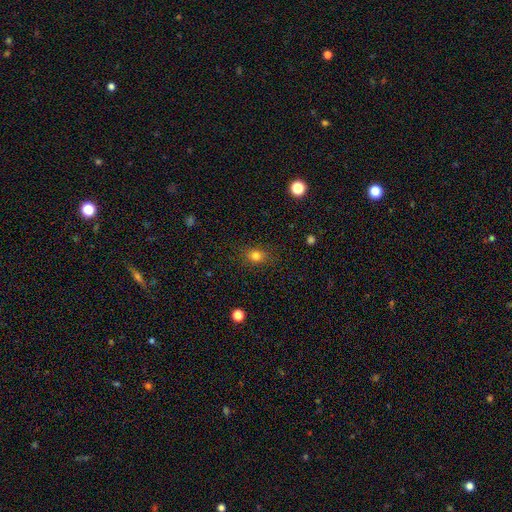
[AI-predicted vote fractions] A smooth galaxy with no disk features (80%) that is round (53%).

Vote fractions:
- Smooth or featured? smooth: 80% / star or artifact: 13% / featured or disk: 7%
- How rounded? round: 53% / in between: 46% / cigar-shaped: 1%
- Merging? none: 85% / minor disturbance: 10% / major disturbance: 3% / merger: 1%